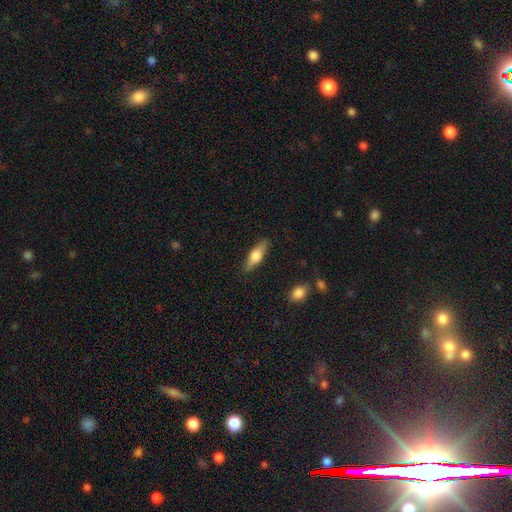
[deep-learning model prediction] Smooth or featured: smooth — 49% (featured or disk — 45%)
Merging: none — 87% (minor disturbance — 10%)